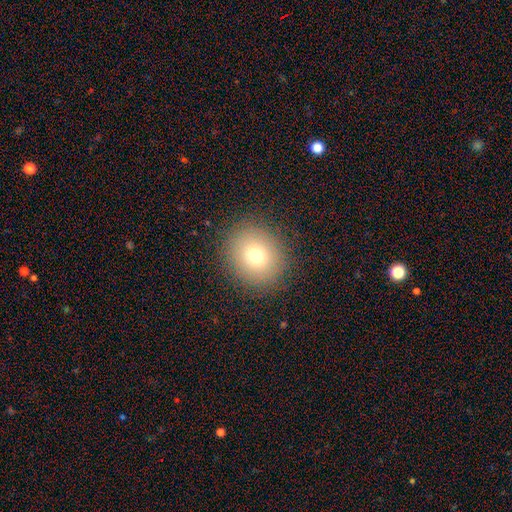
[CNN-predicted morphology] A smooth galaxy with no disk features (74%) that is round (85%). Merging: none (89%).